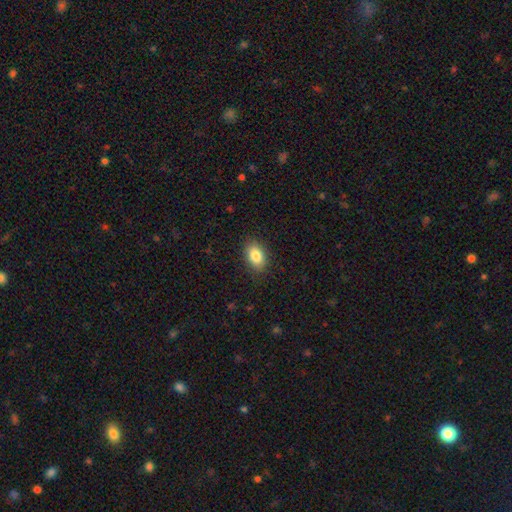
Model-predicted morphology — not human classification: The model was most divided on "how rounded": in between: 87%, round: 11%, cigar-shaped: 1%. More confident: merging — none (88%); smooth or featured — smooth (85%).